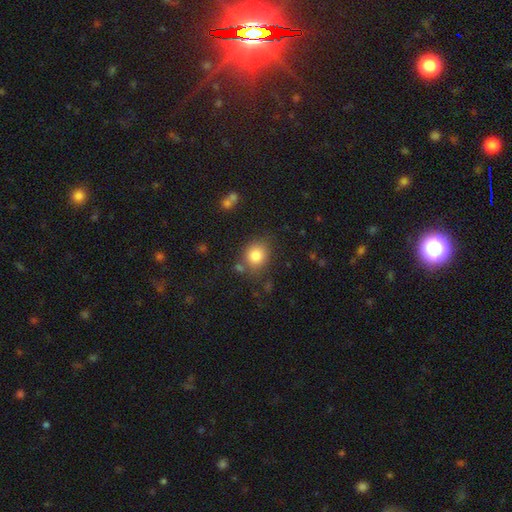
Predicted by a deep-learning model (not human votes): smooth-or-featured: smooth: 82% | star or artifact: 10% | featured or disk: 8%
  how-rounded: round: 71% | in between: 28% | cigar-shaped: 1%
  merging: none: 75% | minor disturbance: 14% | merger: 7% | major disturbance: 5%